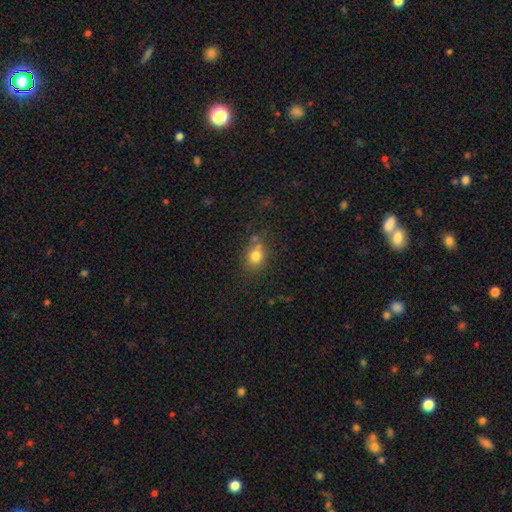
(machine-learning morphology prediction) Smooth or featured? Predicted: smooth (p=0.77). How rounded? Predicted: round (p=0.62). Merging? Predicted: none (p=0.62).